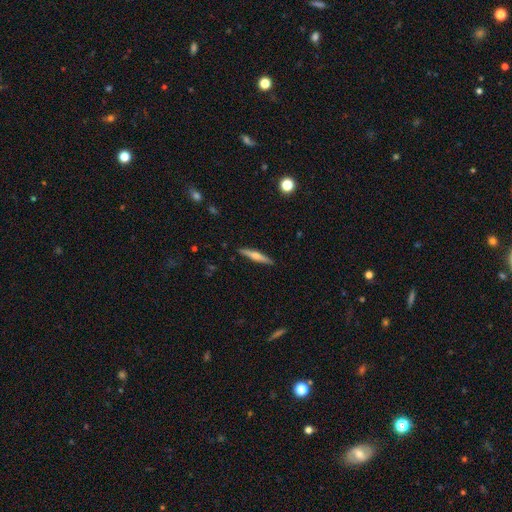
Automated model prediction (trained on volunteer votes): A featured or disk galaxy (56%) viewed edge-on (97%) with a rounded central bulge (84%).

Vote fractions:
- Smooth or featured? featured or disk: 56% / smooth: 38% / star or artifact: 6%
- Edge-on disk? yes: 97% / no: 3%
- Edge-on bulge? rounded: 84% / none: 9% / boxy: 7%
- Merging? none: 90% / minor disturbance: 7% / major disturbance: 1% / merger: 1%